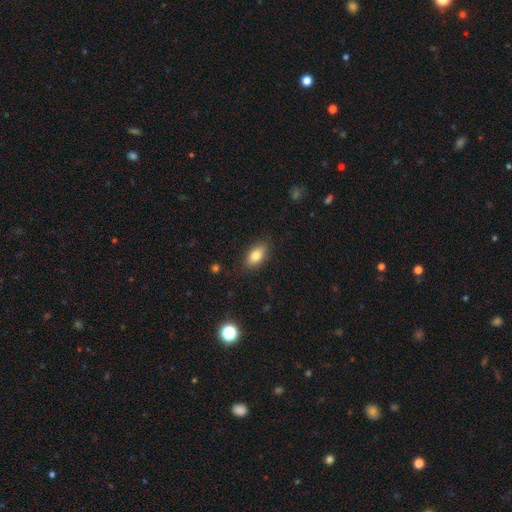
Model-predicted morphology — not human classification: The model was most divided on "smooth or featured": smooth: 81%, featured or disk: 11%, star or artifact: 8%. More confident: how rounded — in between (88%); merging — none (86%).